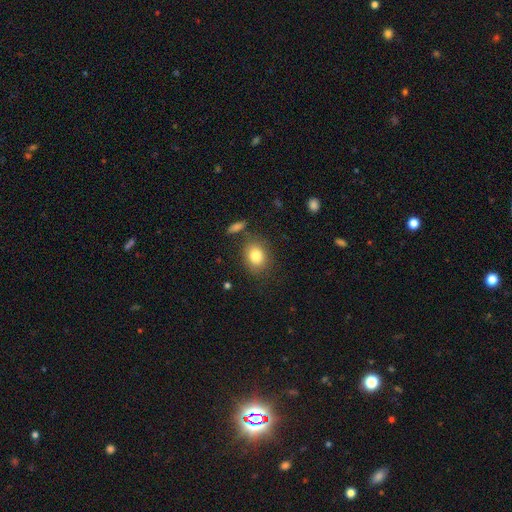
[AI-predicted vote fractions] Smooth or featured: smooth — 82% (featured or disk — 9%)
How rounded: in between — 55% (round — 44%)
Merging: none — 79% (minor disturbance — 12%)